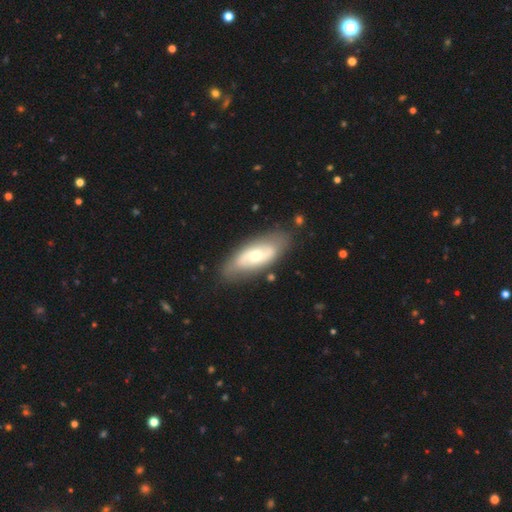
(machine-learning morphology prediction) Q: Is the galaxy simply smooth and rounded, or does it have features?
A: featured or disk — 60%.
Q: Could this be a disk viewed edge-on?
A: no — 87%.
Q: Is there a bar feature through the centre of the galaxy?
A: no — 51%.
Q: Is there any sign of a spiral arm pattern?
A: yes — 63%.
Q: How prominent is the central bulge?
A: moderate — 61%.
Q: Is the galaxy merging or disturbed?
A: none — 80%.